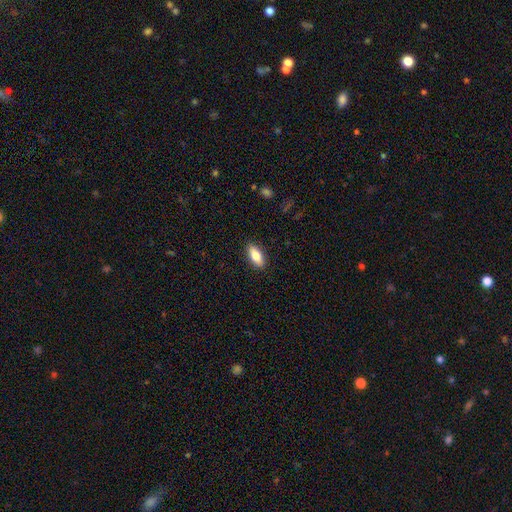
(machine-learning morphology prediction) Smooth or featured? smooth (76%)
How rounded? in between (79%)
Merging? none (89%)